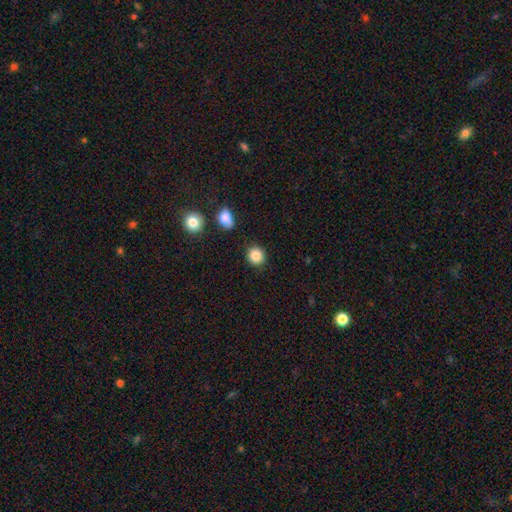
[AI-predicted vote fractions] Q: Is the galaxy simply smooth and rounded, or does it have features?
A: smooth — 87%.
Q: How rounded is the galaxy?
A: round — 88%.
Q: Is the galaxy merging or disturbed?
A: none — 88%.